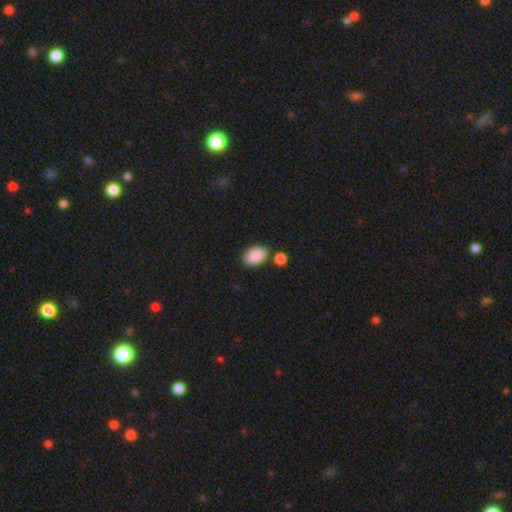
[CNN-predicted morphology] Smooth or featured? smooth (89%)
How rounded? in between (89%)
Merging? none (75%)